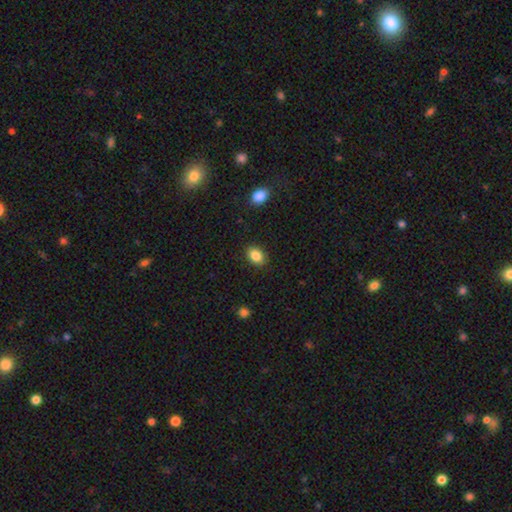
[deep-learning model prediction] Smooth or featured? Predicted: smooth (p=0.86). How rounded? Predicted: in between (p=0.78). Merging? Predicted: none (p=0.87).